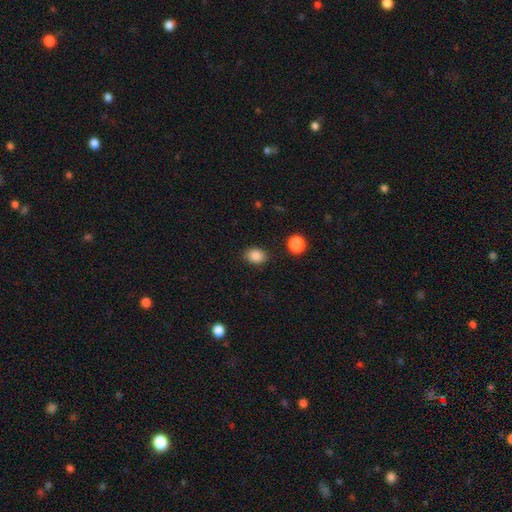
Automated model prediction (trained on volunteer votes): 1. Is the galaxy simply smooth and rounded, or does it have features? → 85% smooth, 10% star or artifact, 5% featured or disk.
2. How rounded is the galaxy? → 60% in between, 39% round, 1% cigar-shaped.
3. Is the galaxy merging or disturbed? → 86% none, 9% minor disturbance, 3% major disturbance, 2% merger.